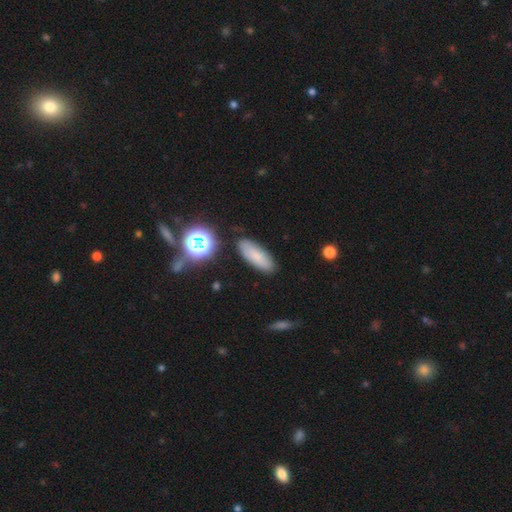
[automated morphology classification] Overall: smooth (78%). How rounded: in between (68%; cigar-shaped 29%). Merging: none (85%).